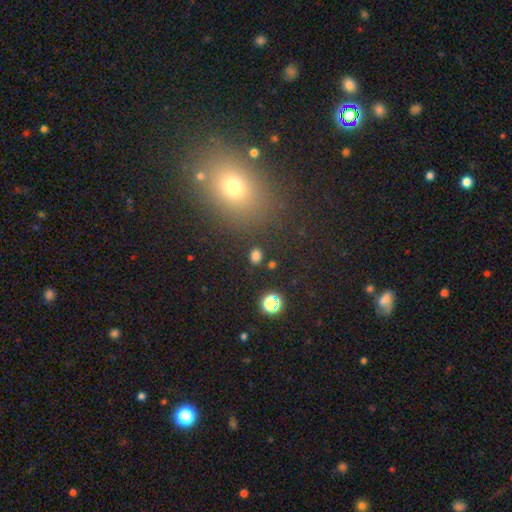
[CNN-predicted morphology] A smooth galaxy with no disk features (79%) that is round (54%).

Vote fractions:
- Smooth or featured? smooth: 79% / star or artifact: 17% / featured or disk: 5%
- How rounded? round: 54% / in between: 44% / cigar-shaped: 2%
- Merging? none: 87% / minor disturbance: 7% / merger: 3% / major disturbance: 3%